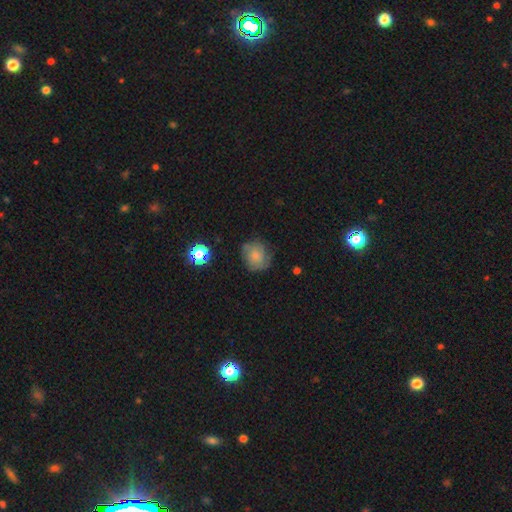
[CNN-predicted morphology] Smooth or featured? Predicted: smooth (p=0.58). How rounded? Predicted: round (p=0.76). Merging? Predicted: none (p=0.64).